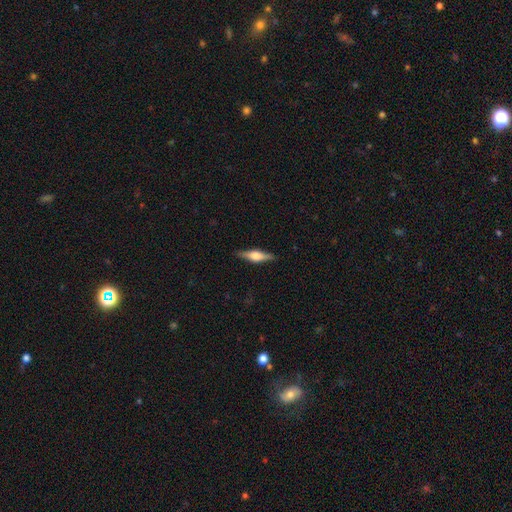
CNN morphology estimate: A featured or disk galaxy (66%) viewed edge-on (97%) with a rounded central bulge (88%).

Vote fractions:
- Smooth or featured? featured or disk: 66% / smooth: 28% / star or artifact: 6%
- Edge-on disk? yes: 97% / no: 3%
- Edge-on bulge? rounded: 88% / boxy: 10% / none: 2%
- Merging? none: 89% / minor disturbance: 9% / major disturbance: 2% / merger: 1%